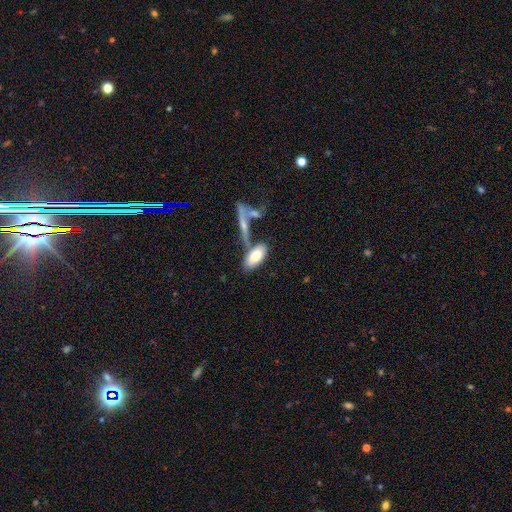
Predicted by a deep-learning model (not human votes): smooth 76%, featured or disk 18%, star or artifact 6%. Down the decision tree: how rounded — in between (88%); merging — none (50%).